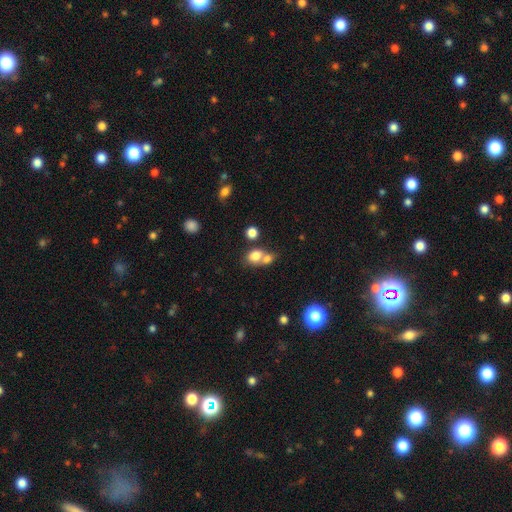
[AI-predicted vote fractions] Smooth or featured: smooth — 77% (featured or disk — 12%)
How rounded: in between — 50% (round — 48%)
Merging: merger — 57% (none — 31%)